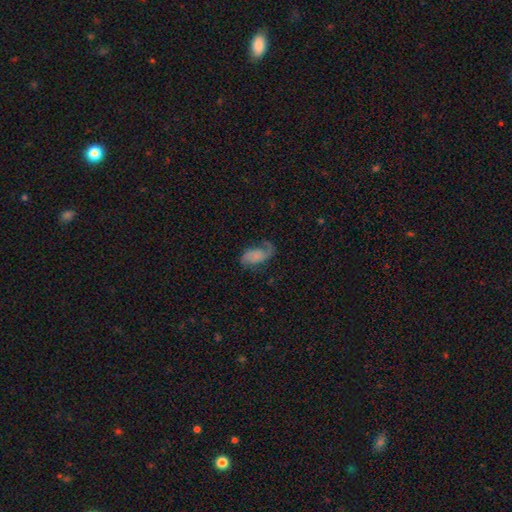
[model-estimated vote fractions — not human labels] A featured or disk galaxy (62%) with no bar (69%), 2 (57%) loose (50%) spiral arms (90%) and a small central bulge (44%).

Vote fractions:
- Smooth or featured? featured or disk: 62% / smooth: 30% / star or artifact: 8%
- Edge-on disk? no: 97% / yes: 3%
- Bar? no: 69% / weak: 25% / strong: 6%
- Spiral arms? yes: 90% / no: 10%
- Spiral winding? loose: 50% / medium: 35% / tight: 16%
- Spiral arm count? 2: 57% / 1: 36% / can't tell: 5% / 3: 1% / 4: 1% / more than 4: 1%
- Bulge size? small: 44% / none: 35% / moderate: 14% / large: 5% / dominant: 2%
- Merging? none: 48% / major disturbance: 26% / minor disturbance: 24% / merger: 2%